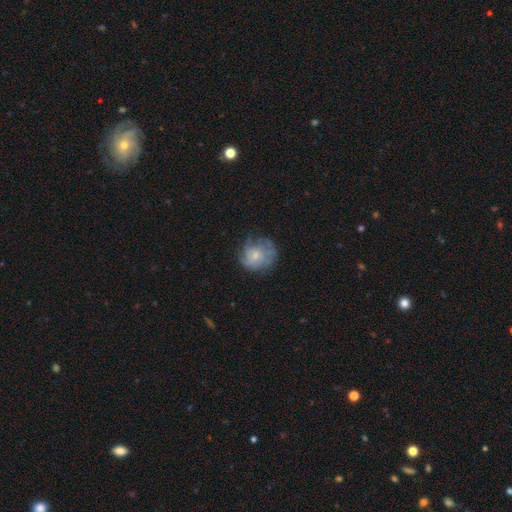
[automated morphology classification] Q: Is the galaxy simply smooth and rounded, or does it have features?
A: featured or disk — 54%.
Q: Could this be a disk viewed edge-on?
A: no — 98%.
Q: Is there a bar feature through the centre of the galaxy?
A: no — 78%.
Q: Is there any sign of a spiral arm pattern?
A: yes — 72%.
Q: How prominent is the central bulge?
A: small — 56%.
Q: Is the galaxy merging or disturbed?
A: none — 60%.